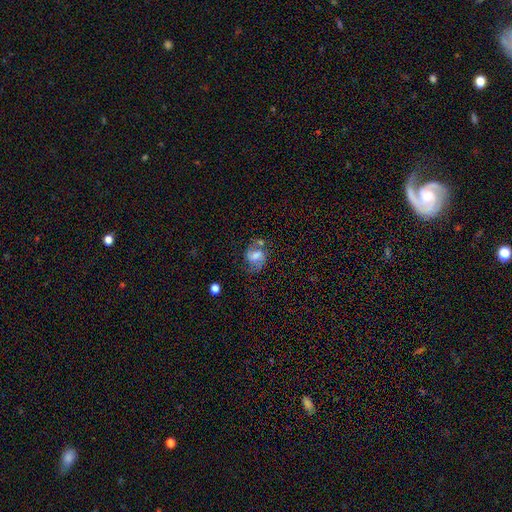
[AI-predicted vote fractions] Overall: featured or disk (47%; smooth 42%). Merging: none (50%; minor disturbance 23%).